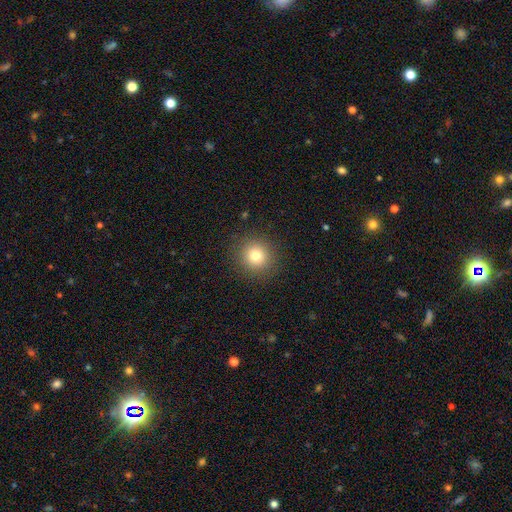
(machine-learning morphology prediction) Overall: smooth (78%). How rounded: round (90%). Merging: none (90%).